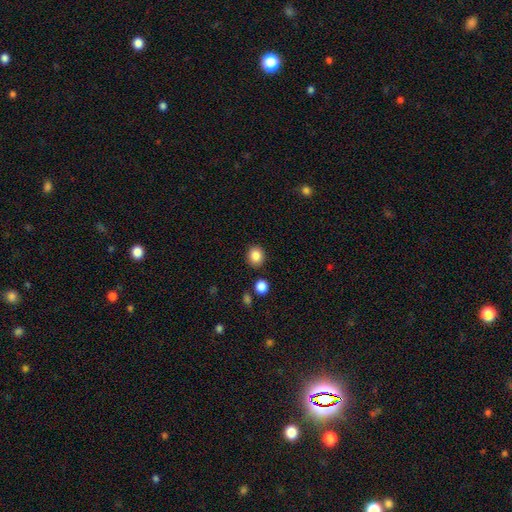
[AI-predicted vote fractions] Q: Smooth or featured?
A: smooth (86%); runner-up: star or artifact (9%)
Q: How rounded?
A: round (72%); runner-up: in between (28%)
Q: Merging?
A: none (88%); runner-up: minor disturbance (7%)